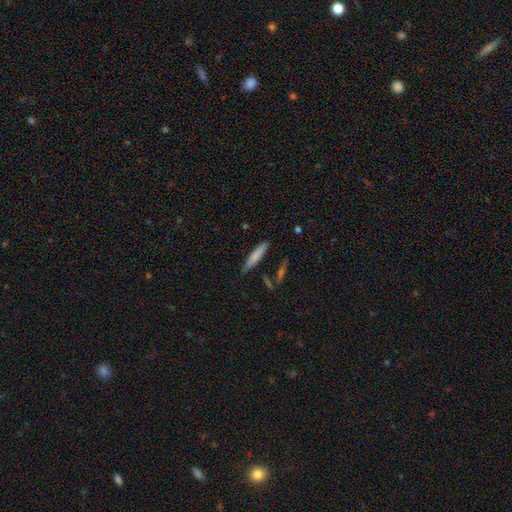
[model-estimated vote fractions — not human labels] Smooth or featured? smooth (75%)
How rounded? cigar-shaped (88%)
Merging? none (80%)